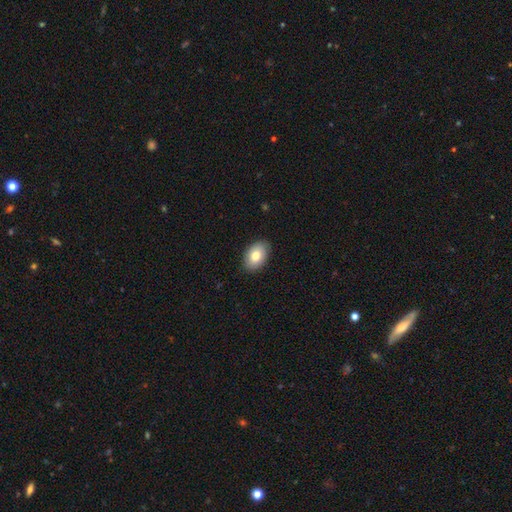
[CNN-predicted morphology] Smooth or featured? smooth (79%)
How rounded? in between (89%)
Merging? none (87%)